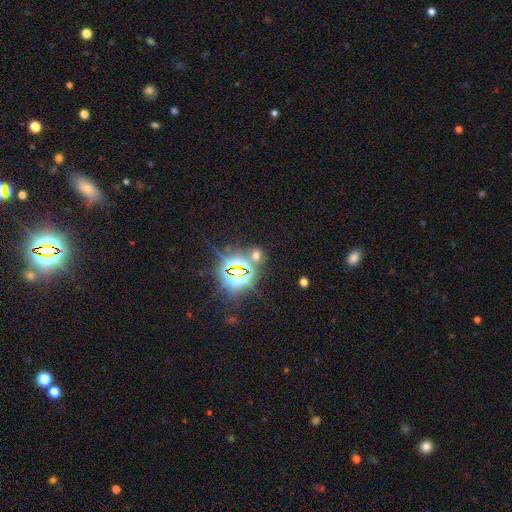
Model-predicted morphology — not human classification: smooth-or-featured: star or artifact: 69% | smooth: 23% | featured or disk: 7%